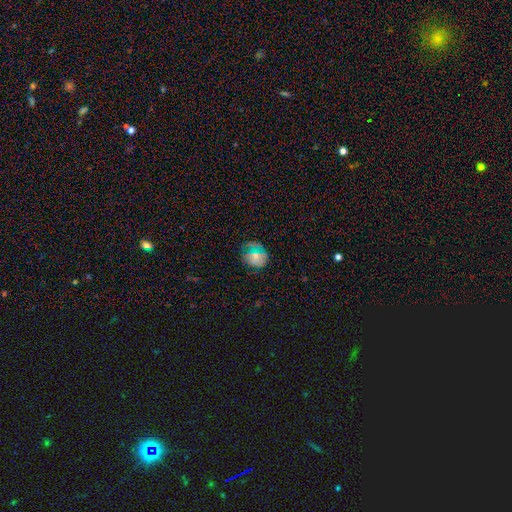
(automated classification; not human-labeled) The model was most divided on "how rounded": round: 67%, in between: 31%, cigar-shaped: 2%. More confident: merging — none (64%); smooth or featured — smooth (59%).